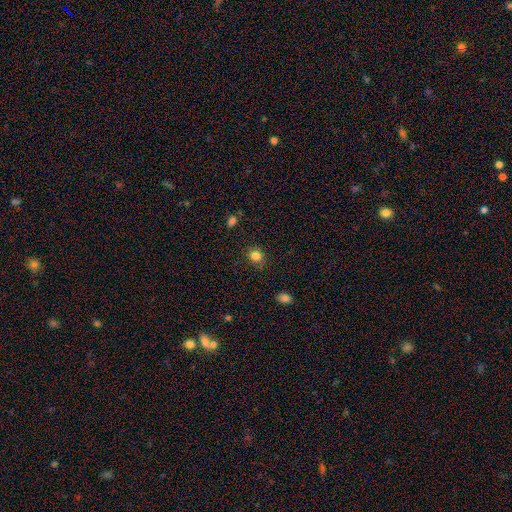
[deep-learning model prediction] This is clearly a smooth galaxy (84%). How rounded: likely round (72%). Merging: clearly none (83%).